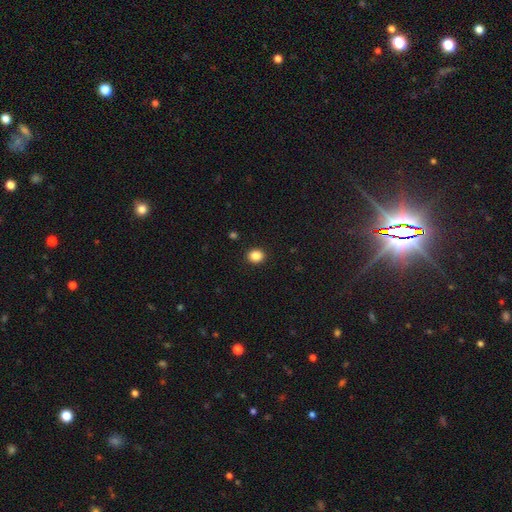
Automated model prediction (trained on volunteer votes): smooth-or-featured: smooth: 87% | star or artifact: 10% | featured or disk: 4%
  how-rounded: round: 72% | in between: 27% | cigar-shaped: 1%
  merging: none: 92% | minor disturbance: 6% | major disturbance: 2% | merger: 1%